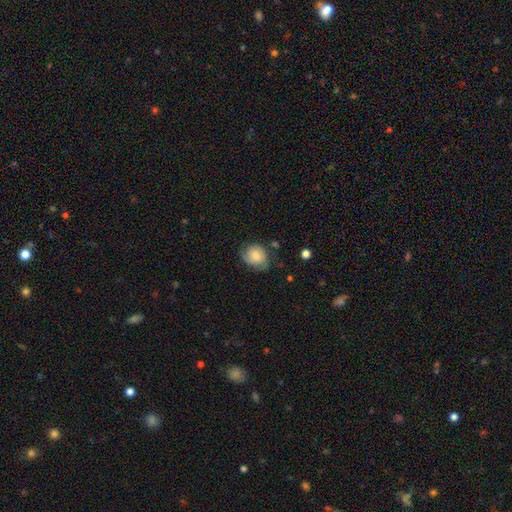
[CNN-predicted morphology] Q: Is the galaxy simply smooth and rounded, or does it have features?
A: smooth — 70%.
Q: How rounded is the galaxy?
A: round — 59%.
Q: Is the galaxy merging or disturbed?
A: none — 57%.